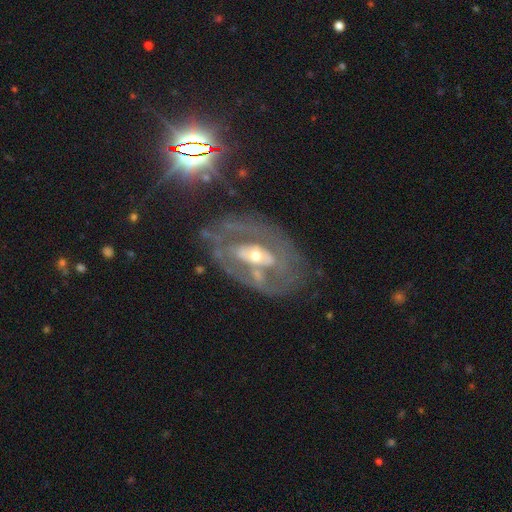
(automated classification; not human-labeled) A featured or disk galaxy (79%) with no bar (46%), no spiral arms (54%) and a moderate central bulge (58%). Merging: none (59%).